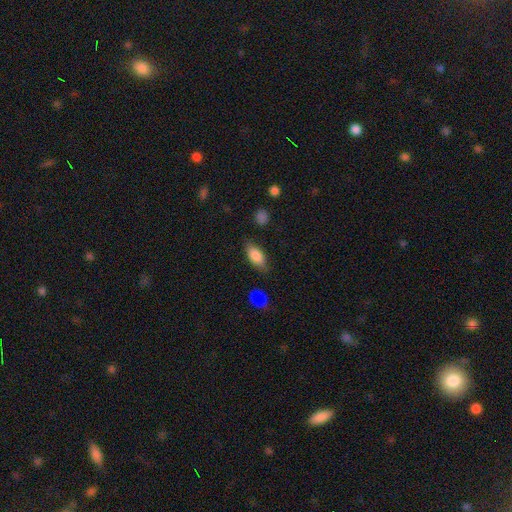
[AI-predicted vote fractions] The model was most divided on "merging": none: 78%, minor disturbance: 15%, major disturbance: 4%, merger: 2%. More confident: how rounded — in between (86%); smooth or featured — smooth (84%).